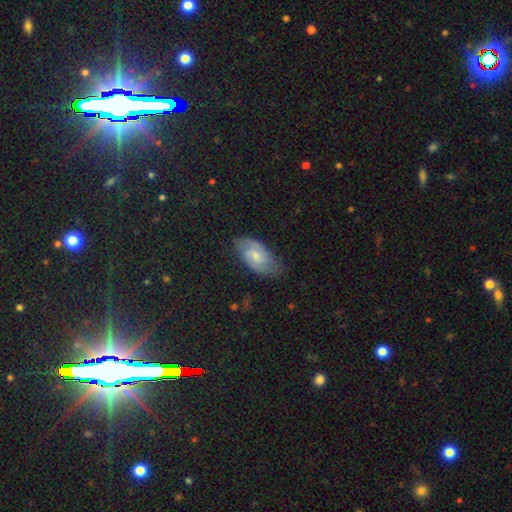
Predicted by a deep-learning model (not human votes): smooth-or-featured: featured or disk: 64% | smooth: 28% | star or artifact: 8%
  disk-edge-on: no: 95% | yes: 5%
    bar: weak: 54% | no: 37% | strong: 9%
    has-spiral-arms: yes: 92% | no: 8%
      spiral-winding: medium: 48% | tight: 34% | loose: 17%
      spiral-arm-count: 2: 80% | can't tell: 12% | 3: 3% | 1: 2% | 4: 1% | more than 4: 1%
    bulge-size: small: 51% | moderate: 39% | none: 7% | large: 2% | dominant: 1%
  merging: none: 73% | minor disturbance: 21% | major disturbance: 5% | merger: 1%